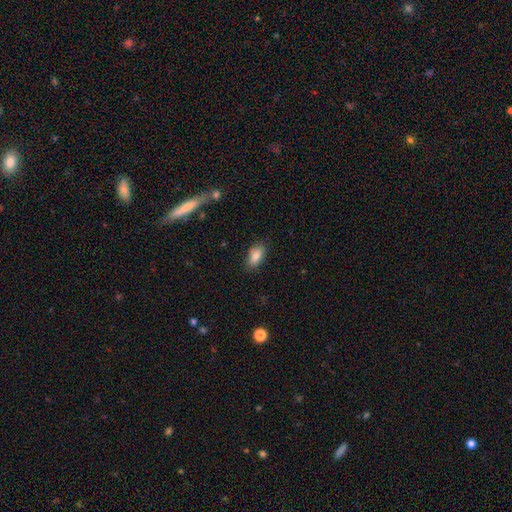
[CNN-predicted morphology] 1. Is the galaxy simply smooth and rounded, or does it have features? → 85% smooth, 8% star or artifact, 7% featured or disk.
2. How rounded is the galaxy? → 88% in between, 9% cigar-shaped, 3% round.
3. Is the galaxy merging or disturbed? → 84% none, 11% minor disturbance, 3% major disturbance, 2% merger.